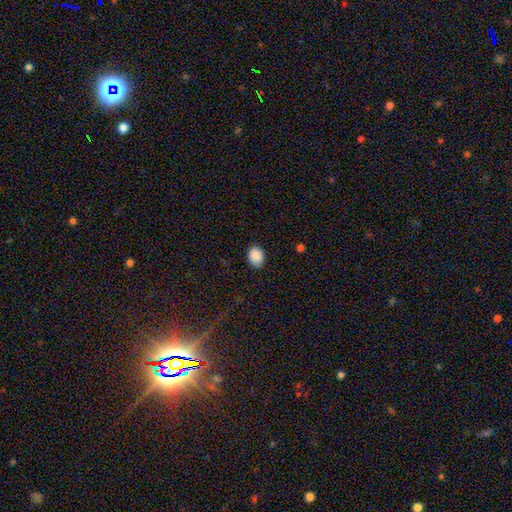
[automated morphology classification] type=smooth (89%); roundness=in between (67%); merging=none (87%).